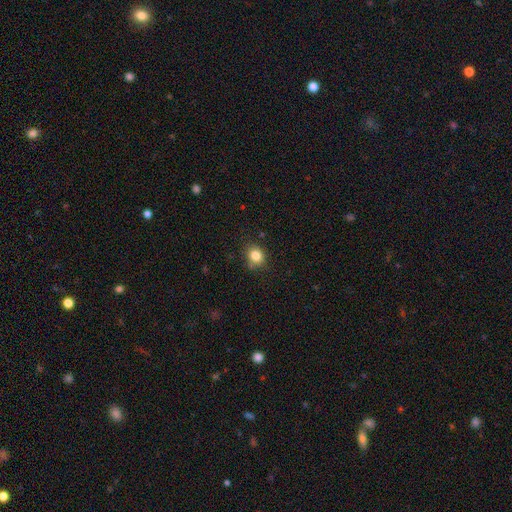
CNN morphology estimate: Q: Smooth or featured?
A: smooth (83%); runner-up: star or artifact (11%)
Q: How rounded?
A: round (68%); runner-up: in between (31%)
Q: Merging?
A: none (77%); runner-up: minor disturbance (17%)